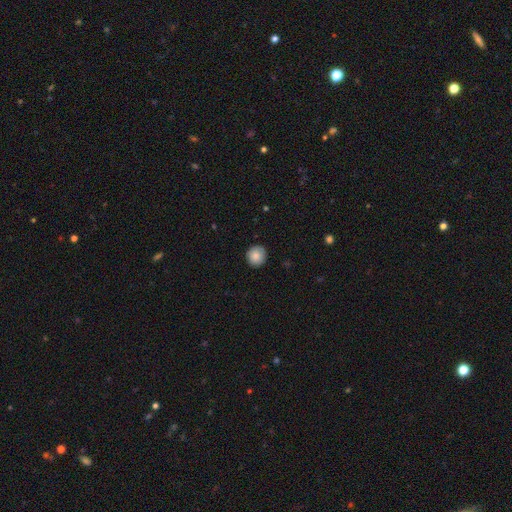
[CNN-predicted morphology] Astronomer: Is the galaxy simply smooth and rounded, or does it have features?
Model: smooth — 84%.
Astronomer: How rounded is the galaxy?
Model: round — 91%.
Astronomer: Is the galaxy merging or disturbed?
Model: none — 89%.